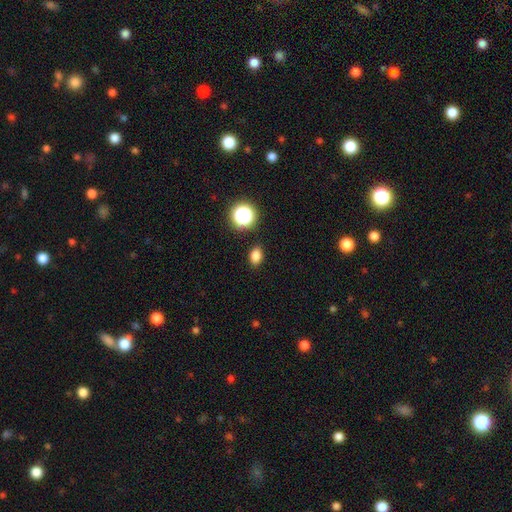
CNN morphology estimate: Q: Smooth or featured?
A: smooth (82%); runner-up: star or artifact (14%)
Q: How rounded?
A: in between (75%); runner-up: round (23%)
Q: Merging?
A: none (88%); runner-up: minor disturbance (8%)